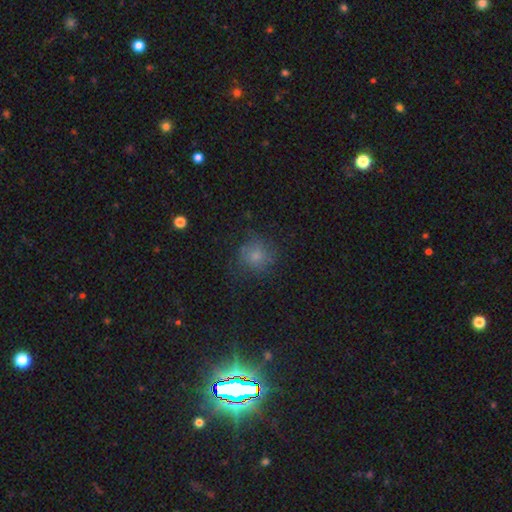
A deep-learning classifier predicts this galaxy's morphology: A smooth galaxy with no disk features (70%) that is round (87%).

Vote fractions:
- Smooth or featured? smooth: 70% / star or artifact: 16% / featured or disk: 14%
- How rounded? round: 87% / in between: 12% / cigar-shaped: 1%
- Merging? none: 68% / minor disturbance: 19% / major disturbance: 11% / merger: 2%